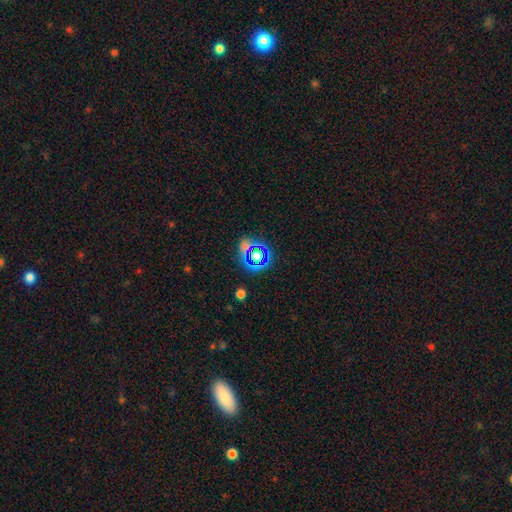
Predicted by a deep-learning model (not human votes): The model was most divided on "smooth or featured": star or artifact: 51%, smooth: 36%, featured or disk: 13%.